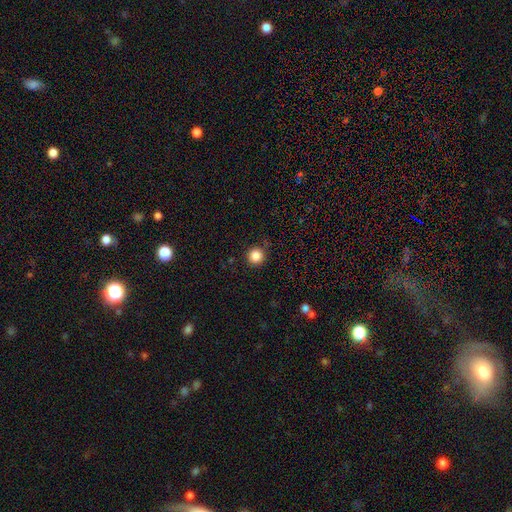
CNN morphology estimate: This is clearly a smooth galaxy (86%). How rounded: clearly round (95%). Merging: clearly none (86%).